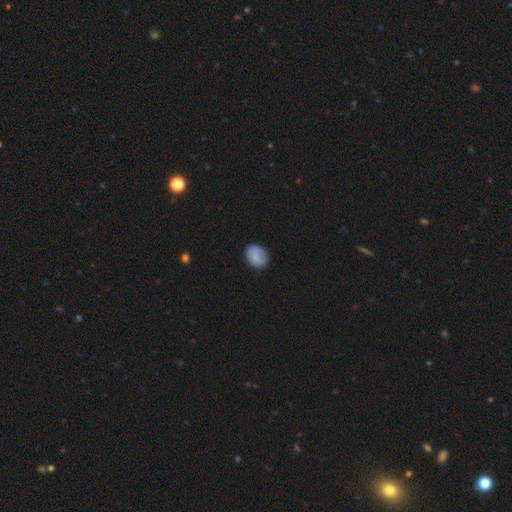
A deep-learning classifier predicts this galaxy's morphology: Smooth or featured: smooth — 81% (featured or disk — 12%)
How rounded: in between — 62% (round — 37%)
Merging: none — 77% (minor disturbance — 17%)